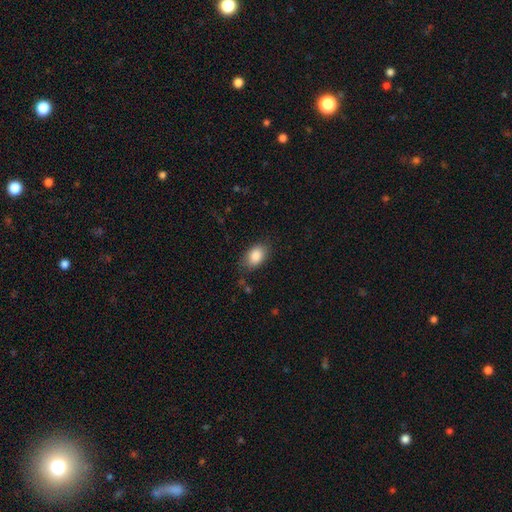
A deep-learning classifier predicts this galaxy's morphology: Smooth or featured? Predicted: smooth (p=0.86). How rounded? Predicted: in between (p=0.86). Merging? Predicted: none (p=0.79).